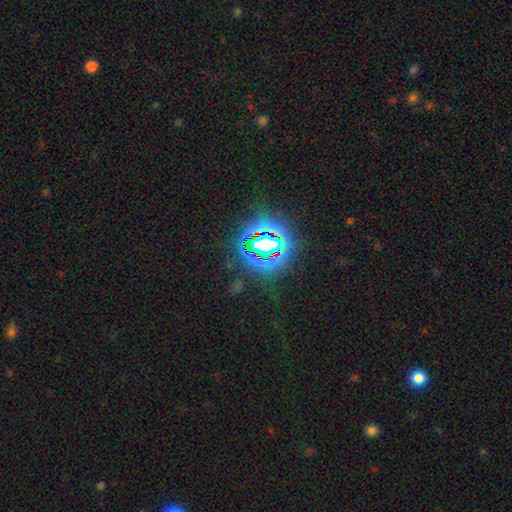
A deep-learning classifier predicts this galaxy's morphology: Smooth or featured? Predicted: star or artifact (p=0.80).